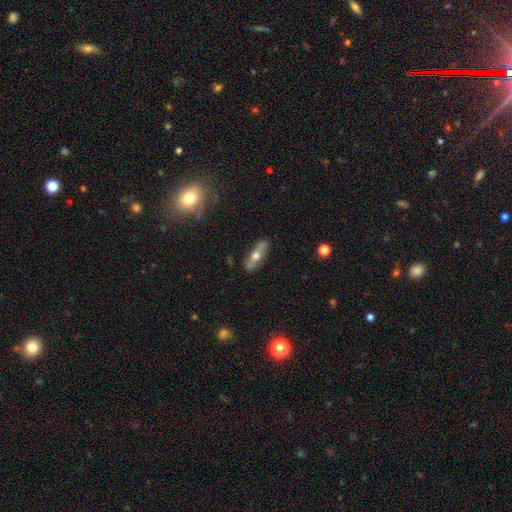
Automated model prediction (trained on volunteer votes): This appears to be a featured or disk galaxy (51%) viewed edge-on (65%). Merging: none (85%).